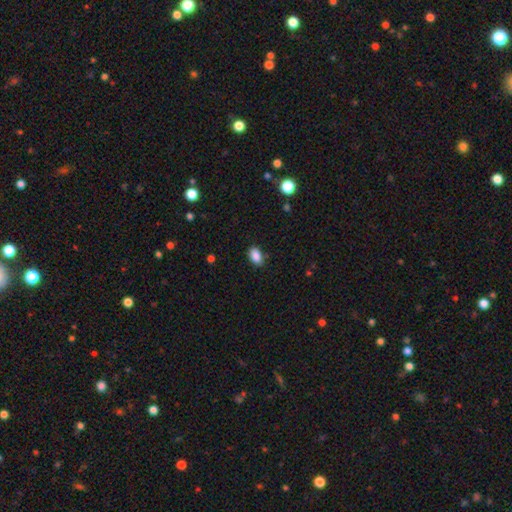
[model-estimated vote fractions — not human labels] Smooth or featured: smooth — 88% (star or artifact — 8%)
How rounded: in between — 88% (round — 10%)
Merging: none — 84% (minor disturbance — 12%)